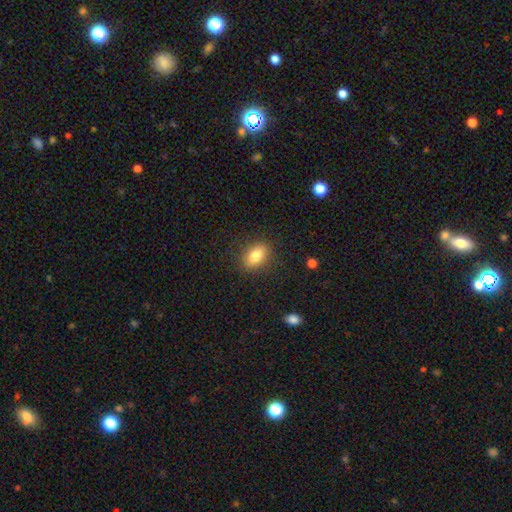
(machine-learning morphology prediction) Smooth or featured?
  - smooth: 81% *
  - featured or disk: 10%
  - star or artifact: 9%
How rounded?
  - in between: 81% *
  - round: 17%
  - cigar-shaped: 2%
Merging?
  - none: 86% *
  - minor disturbance: 10%
  - major disturbance: 3%
  - merger: 1%